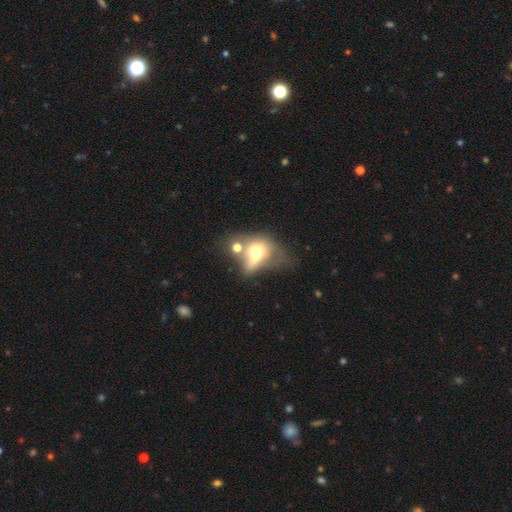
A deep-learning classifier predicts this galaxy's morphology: Smooth or featured: smooth — 50% (featured or disk — 37%)
How rounded: in between — 68% (round — 28%)
Merging: merger — 49% (major disturbance — 25%)